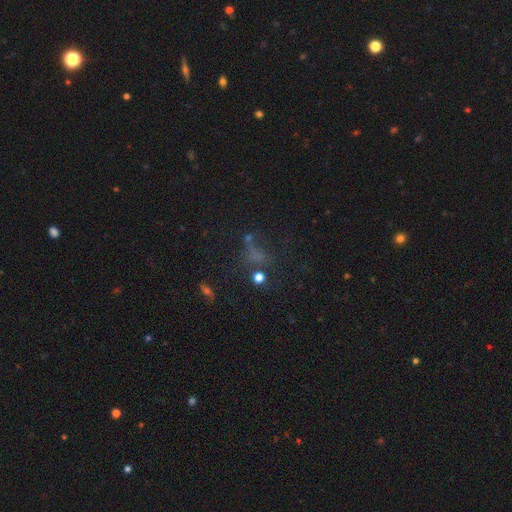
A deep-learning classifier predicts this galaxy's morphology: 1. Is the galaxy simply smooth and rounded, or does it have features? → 42% star or artifact, 39% smooth, 19% featured or disk.